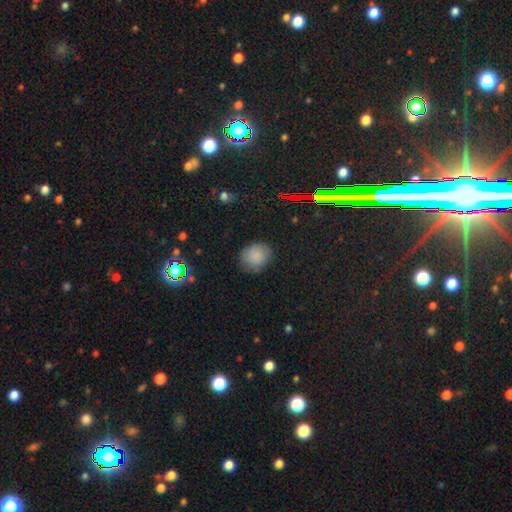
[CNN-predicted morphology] The model was most divided on "how rounded": round: 67%, in between: 32%, cigar-shaped: 1%. More confident: smooth or featured — smooth (82%); merging — none (77%).